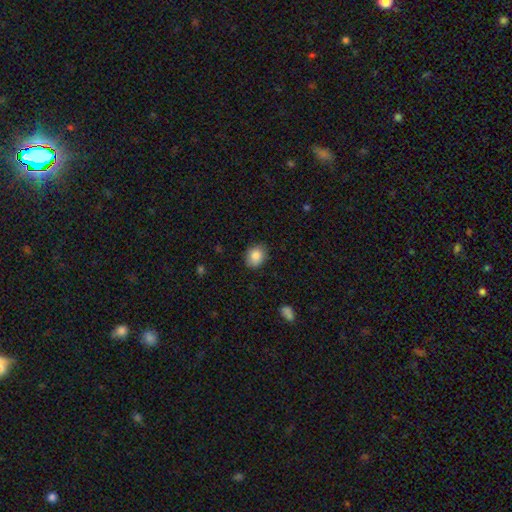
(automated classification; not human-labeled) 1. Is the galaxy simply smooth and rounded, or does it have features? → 86% smooth, 8% star or artifact, 5% featured or disk.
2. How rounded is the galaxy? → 58% round, 41% in between, 1% cigar-shaped.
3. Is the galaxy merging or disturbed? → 84% none, 12% minor disturbance, 2% major disturbance, 1% merger.